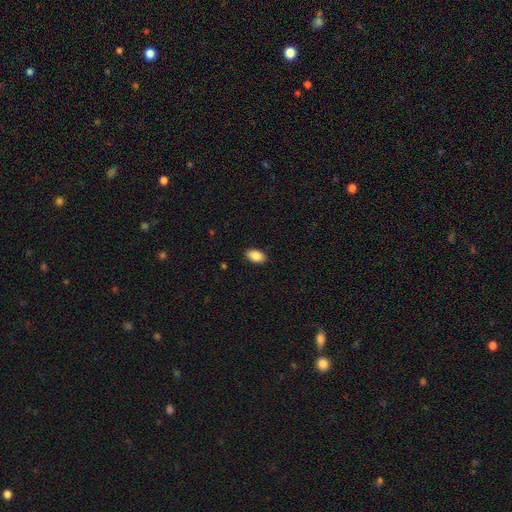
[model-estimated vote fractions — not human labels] Smooth or featured? smooth (88%)
How rounded? in between (93%)
Merging? none (89%)